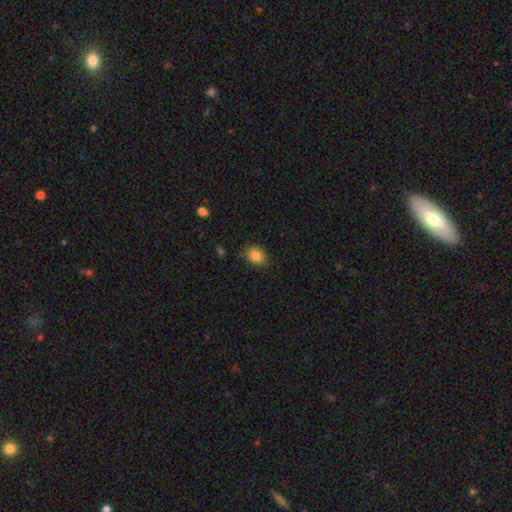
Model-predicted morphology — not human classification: This appears to be a smooth galaxy with no disk features (84%) that is in between round and cigar-shaped (57%). Merging: none (82%).